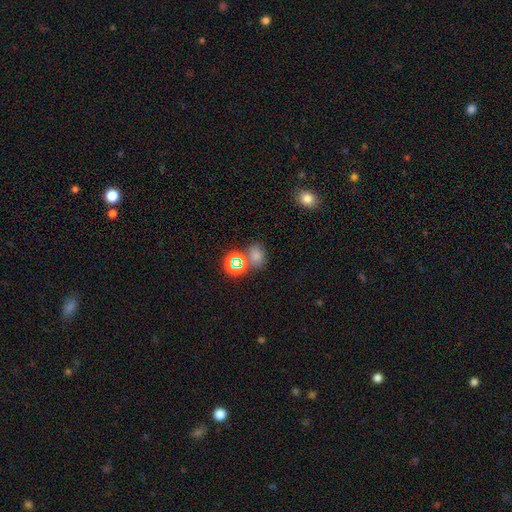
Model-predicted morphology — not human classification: smooth 65%, star or artifact 28%, featured or disk 7%. Down the decision tree: how rounded — in between (50%); merging — none (65%).